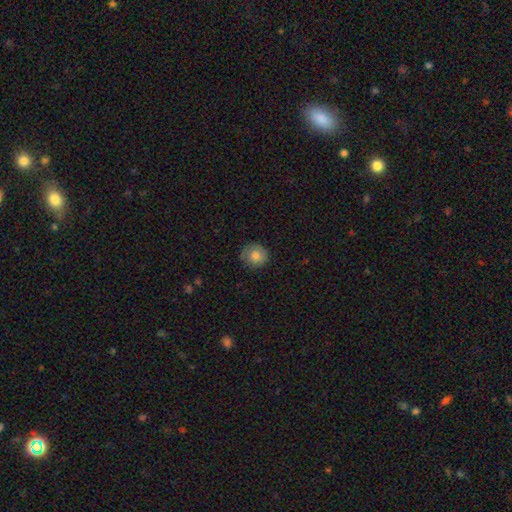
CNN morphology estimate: Q: Smooth or featured?
A: smooth (79%); runner-up: featured or disk (12%)
Q: How rounded?
A: round (87%); runner-up: in between (12%)
Q: Merging?
A: none (79%); runner-up: minor disturbance (17%)